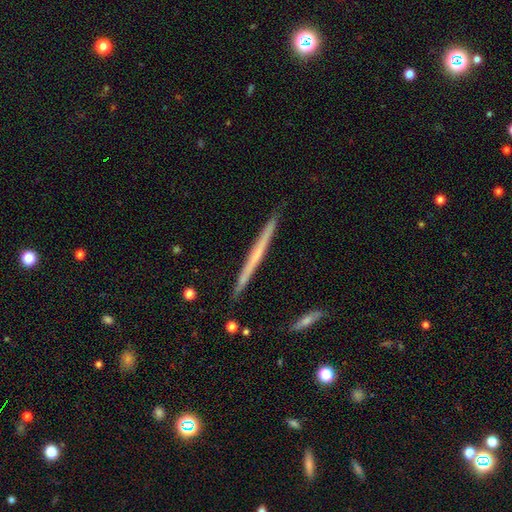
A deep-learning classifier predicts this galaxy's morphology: Smooth or featured? featured or disk (58%)
Edge-on disk? yes (98%)
Edge-on bulge? none (83%)
Merging? none (91%)